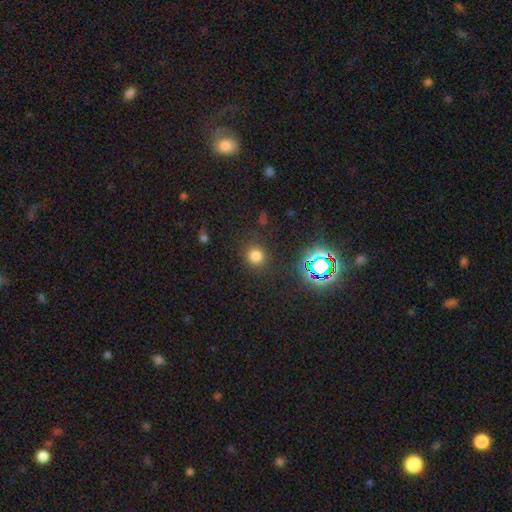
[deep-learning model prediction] smooth 73%, star or artifact 22%, featured or disk 5%. Down the decision tree: how rounded — round (90%); merging — none (86%).